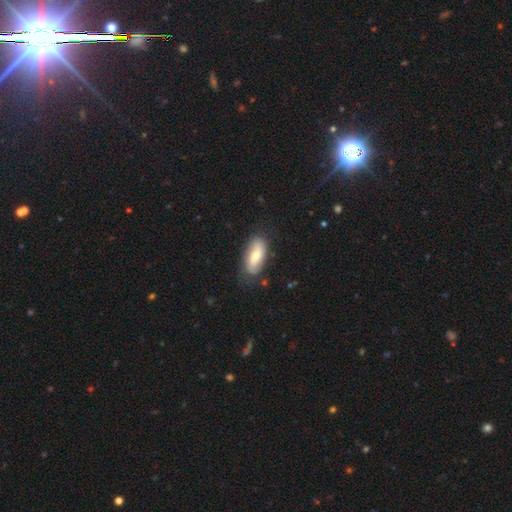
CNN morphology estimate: Smooth or featured?
  - smooth: 59% *
  - featured or disk: 35%
  - star or artifact: 6%
How rounded?
  - in between: 84% *
  - cigar-shaped: 13%
  - round: 3%
Merging?
  - none: 77% *
  - minor disturbance: 17%
  - major disturbance: 4%
  - merger: 2%